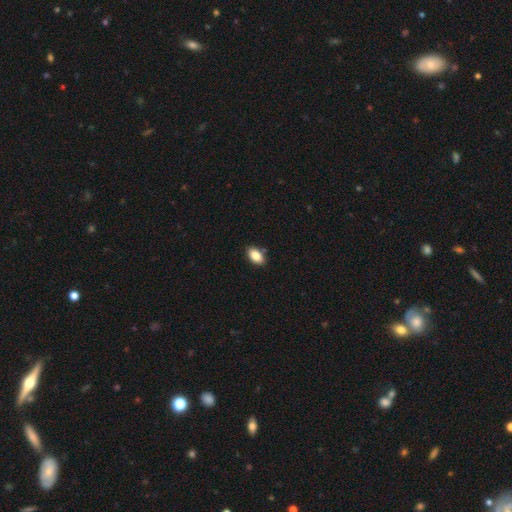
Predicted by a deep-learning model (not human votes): Q: Smooth or featured?
A: smooth (85%); runner-up: star or artifact (8%)
Q: How rounded?
A: in between (92%); runner-up: round (6%)
Q: Merging?
A: none (86%); runner-up: minor disturbance (10%)